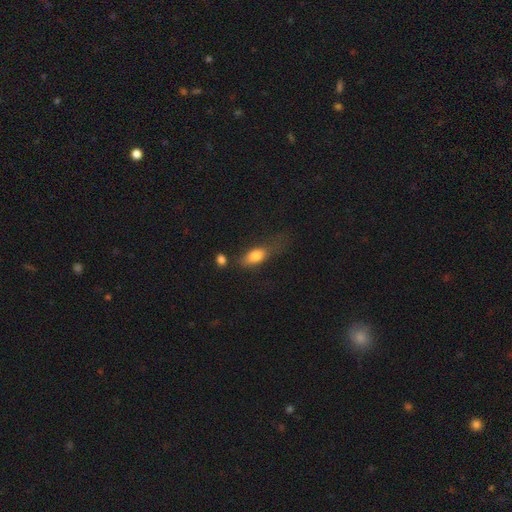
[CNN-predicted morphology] Q: Smooth or featured?
A: smooth (77%); runner-up: featured or disk (15%)
Q: How rounded?
A: in between (77%); runner-up: cigar-shaped (16%)
Q: Merging?
A: none (37%); runner-up: minor disturbance (30%)